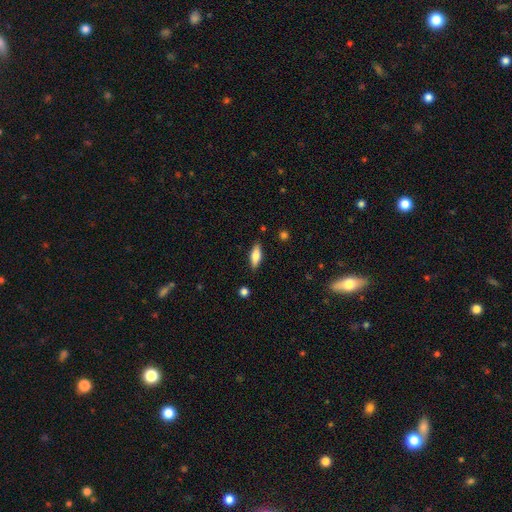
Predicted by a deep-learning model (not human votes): This is likely a smooth galaxy (66%). How rounded: likely in between (65%). Merging: clearly none (86%).